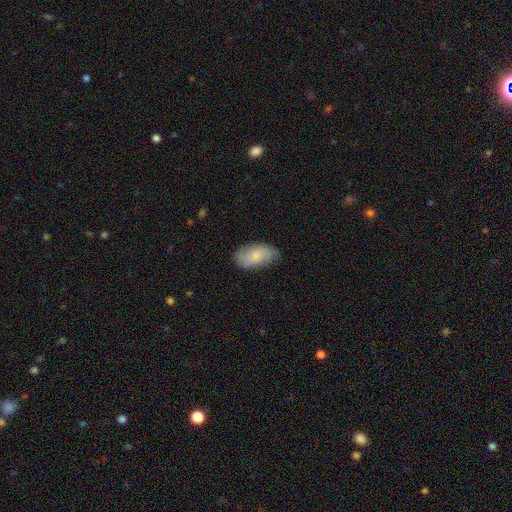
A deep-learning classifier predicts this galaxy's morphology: Smooth or featured: smooth — 58% (featured or disk — 35%)
How rounded: in between — 93% (round — 3%)
Merging: none — 77% (minor disturbance — 17%)